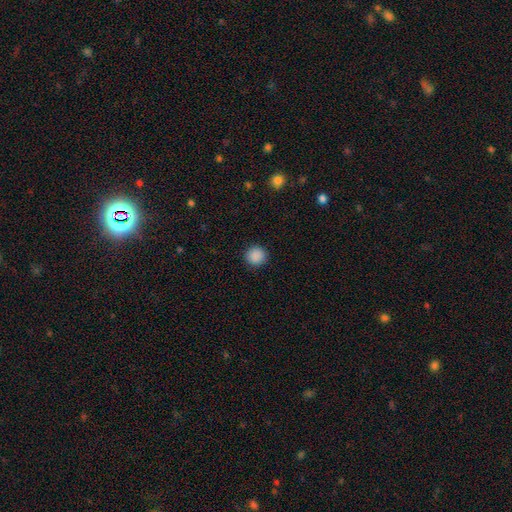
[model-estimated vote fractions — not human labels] Smooth or featured? smooth (89%)
How rounded? round (93%)
Merging? none (92%)